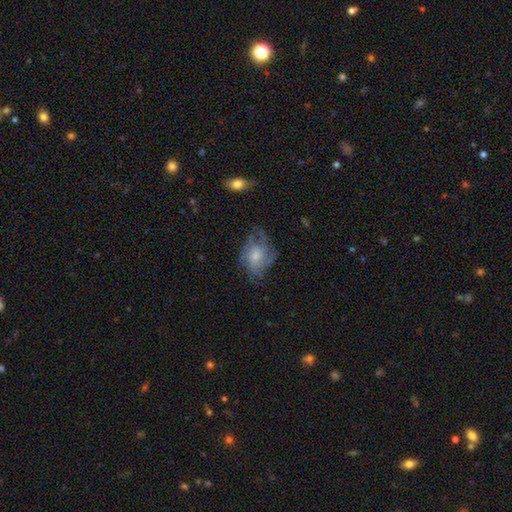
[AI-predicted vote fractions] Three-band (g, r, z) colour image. It shows a featured or disk galaxy (58%) with no bar (70%), spiral arms (78%) and a moderate central bulge (47%). Merging: none (53%).